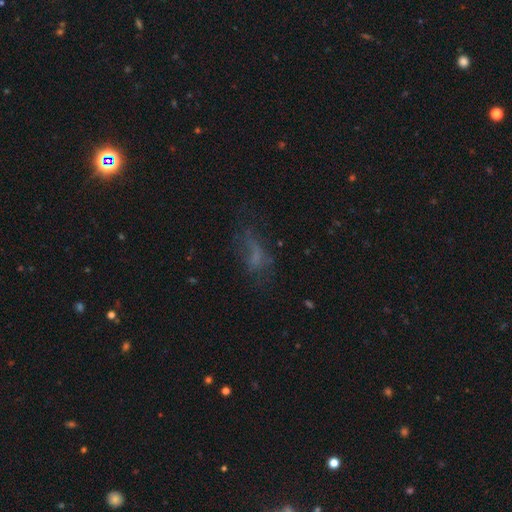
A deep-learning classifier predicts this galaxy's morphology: smooth_or_featured: smooth (p=0.46) [alt: featured or disk p=0.30]
merging: none (p=0.43) [alt: major disturbance p=0.32]